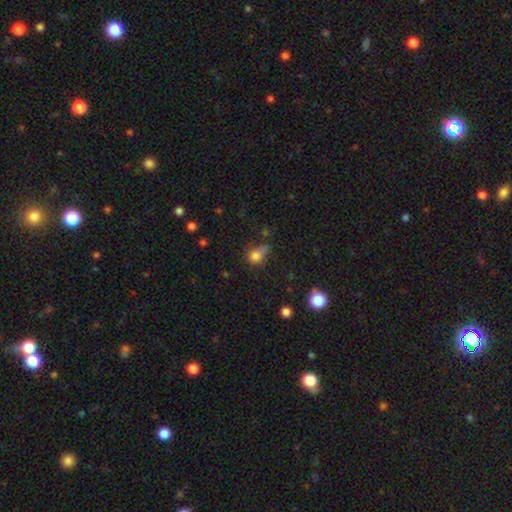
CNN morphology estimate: type=smooth (75%); roundness=round (68%); merging=none (40%).